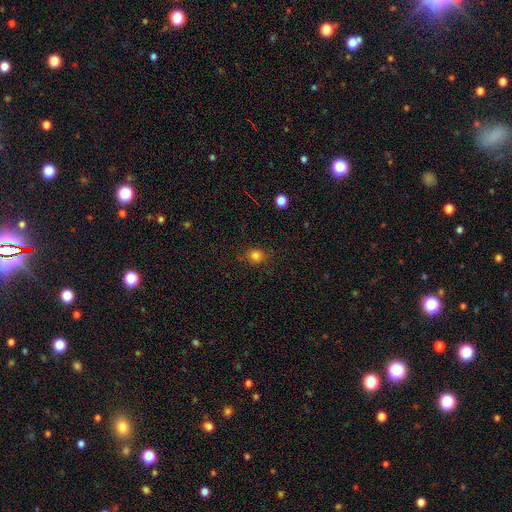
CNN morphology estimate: smooth-or-featured: smooth: 82% | star or artifact: 13% | featured or disk: 5%
  how-rounded: round: 77% | in between: 22% | cigar-shaped: 1%
  merging: none: 84% | minor disturbance: 11% | major disturbance: 4% | merger: 1%